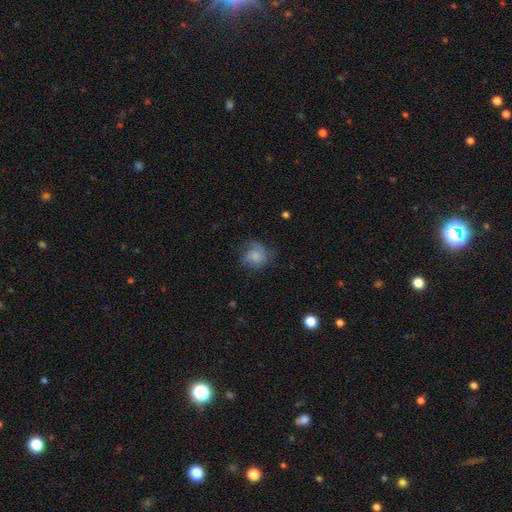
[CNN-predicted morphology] This is likely a smooth galaxy (64%). How rounded: likely round (77%). Merging: possibly none (55%).